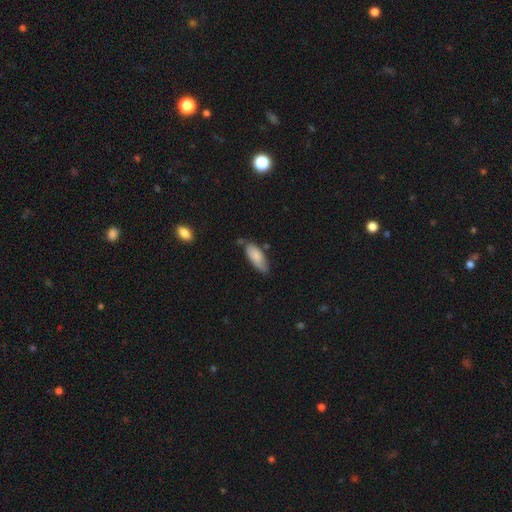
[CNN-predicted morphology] Smooth or featured? smooth (81%)
How rounded? in between (76%)
Merging? none (59%)